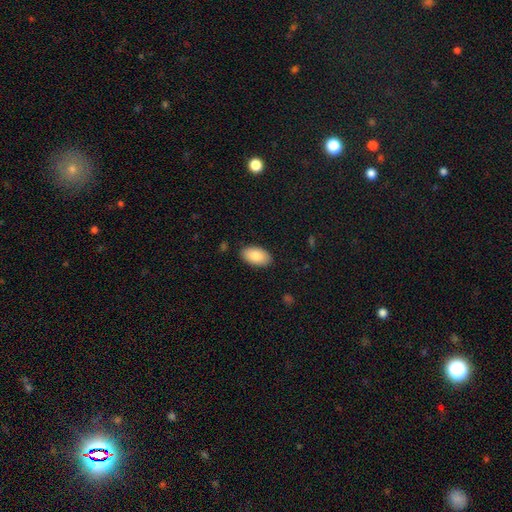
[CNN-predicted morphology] A smooth galaxy with no disk features (85%) that is in between round and cigar-shaped (95%).

Vote fractions:
- Smooth or featured? smooth: 85% / featured or disk: 9% / star or artifact: 6%
- How rounded? in between: 95% / round: 3% / cigar-shaped: 1%
- Merging? none: 88% / minor disturbance: 9% / major disturbance: 2% / merger: 1%